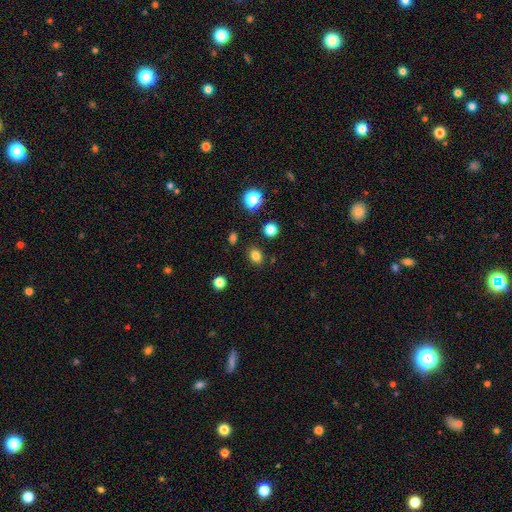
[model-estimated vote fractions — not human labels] A smooth galaxy with no disk features (81%) that is round (54%). Merging: none (86%).